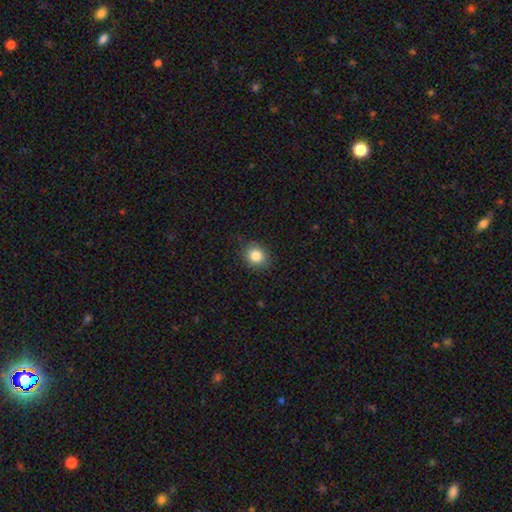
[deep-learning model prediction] This appears to be a smooth galaxy with no disk features (84%) that is round (75%). Merging: none (86%).